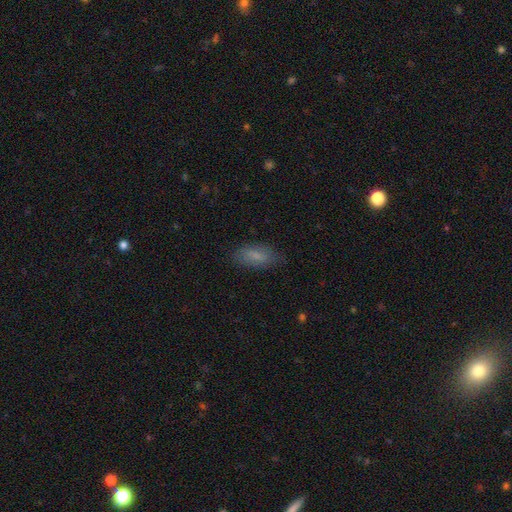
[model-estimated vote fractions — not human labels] The model was most divided on "how rounded": in between: 77%, cigar-shaped: 20%, round: 3%. More confident: merging — none (78%); smooth or featured — smooth (76%).